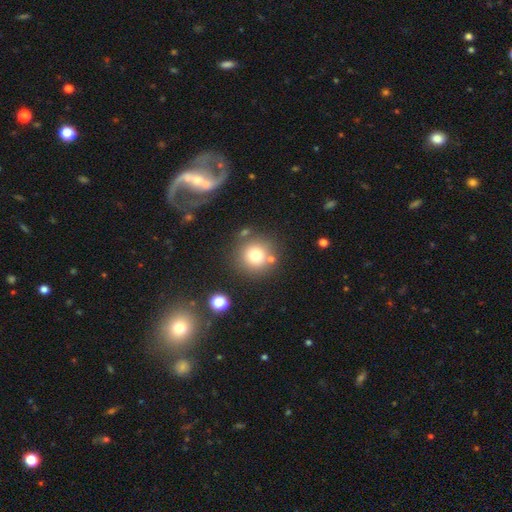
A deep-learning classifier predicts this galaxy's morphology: A smooth galaxy with no disk features (75%) that is round (94%).

Vote fractions:
- Smooth or featured? smooth: 75% / star or artifact: 14% / featured or disk: 12%
- How rounded? round: 94% / in between: 5% / cigar-shaped: 1%
- Merging? none: 79% / minor disturbance: 9% / merger: 8% / major disturbance: 4%